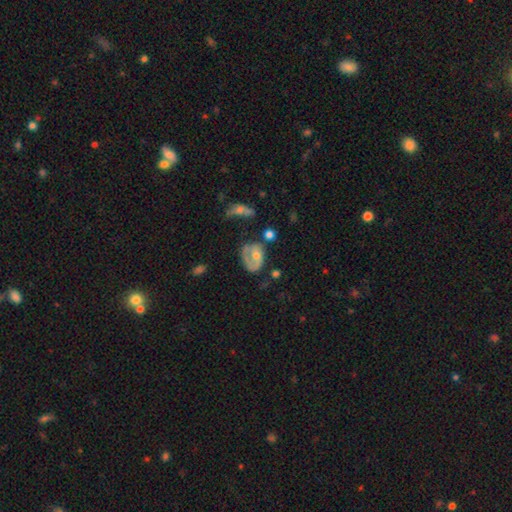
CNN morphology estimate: Q: Smooth or featured?
A: featured or disk (55%); runner-up: smooth (37%)
Q: Edge-on disk?
A: no (96%); runner-up: yes (4%)
Q: Bar?
A: no (75%); runner-up: weak (20%)
Q: Spiral arms?
A: yes (51%); runner-up: no (49%)
Q: Bulge size?
A: moderate (50%); runner-up: small (39%)
Q: Merging?
A: none (35%); runner-up: major disturbance (31%)